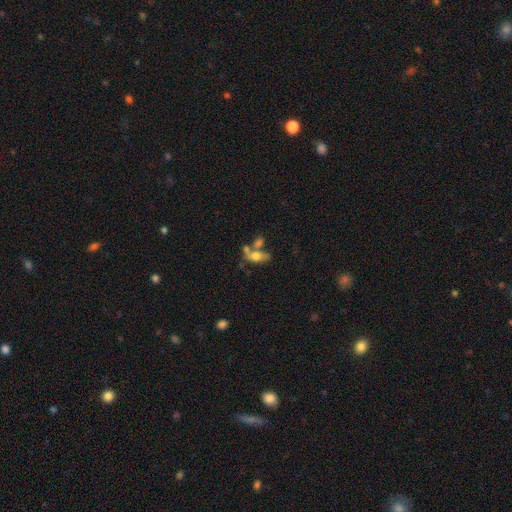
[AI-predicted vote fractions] Smooth or featured: smooth — 56% (featured or disk — 34%)
How rounded: in between — 76% (cigar-shaped — 12%)
Merging: merger — 41% (none — 35%)